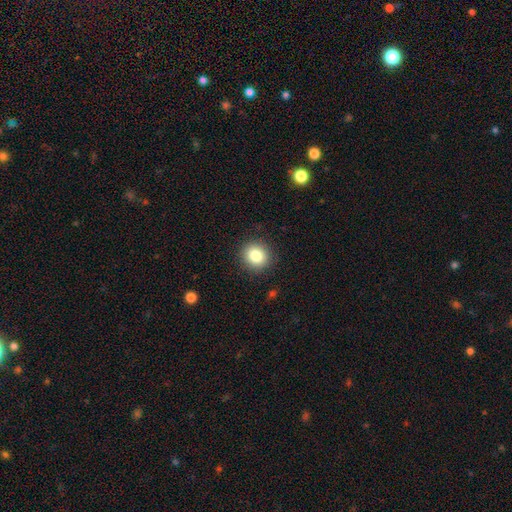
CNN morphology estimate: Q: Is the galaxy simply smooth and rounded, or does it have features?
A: smooth — 83%.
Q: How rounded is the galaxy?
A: round — 88%.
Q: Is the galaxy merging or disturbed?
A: none — 90%.